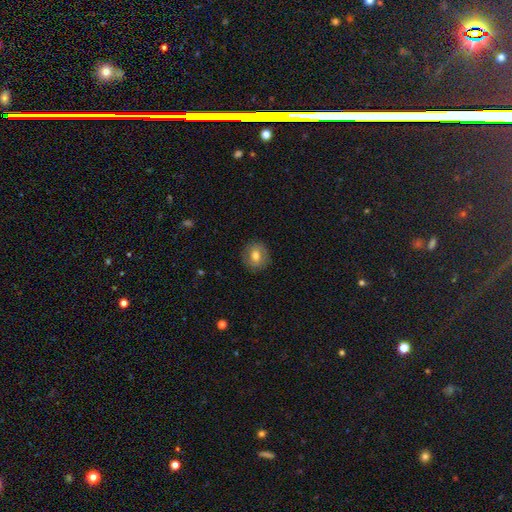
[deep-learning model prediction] Morphology: type=smooth (71%); roundness=round (83%); merging=none (88%).